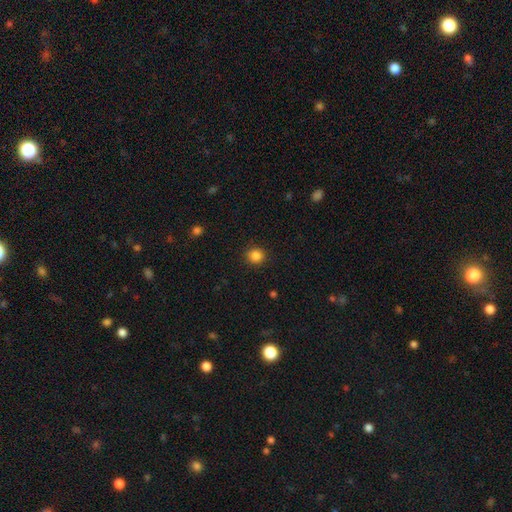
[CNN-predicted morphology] Smooth or featured? Predicted: smooth (p=0.85). How rounded? Predicted: round (p=0.91). Merging? Predicted: none (p=0.91).